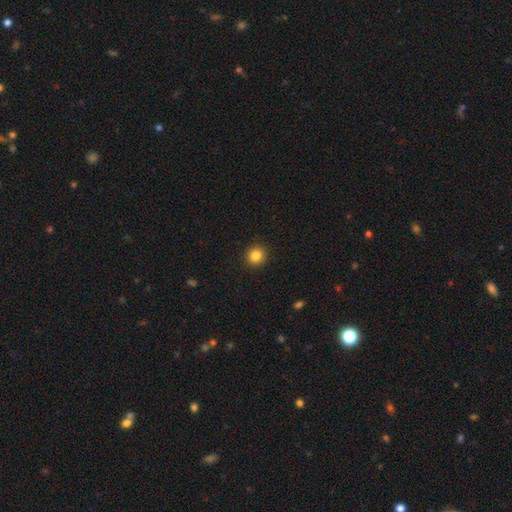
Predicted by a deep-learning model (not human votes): A smooth galaxy with no disk features (84%) that is round (93%). Merging: none (92%).